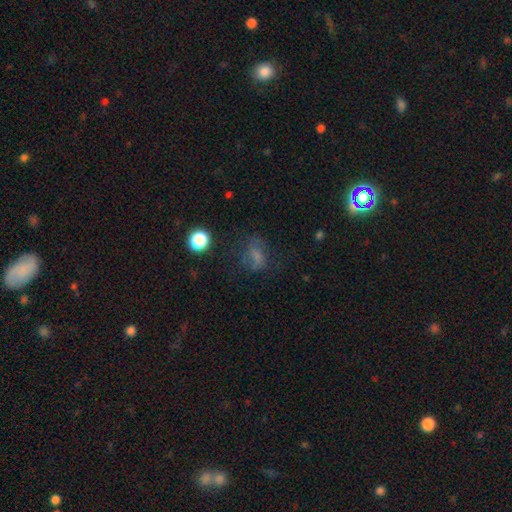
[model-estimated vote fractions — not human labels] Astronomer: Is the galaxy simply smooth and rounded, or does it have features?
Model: smooth — 57%.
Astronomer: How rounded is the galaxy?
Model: in between — 64%.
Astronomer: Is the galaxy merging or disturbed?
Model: none — 52%.